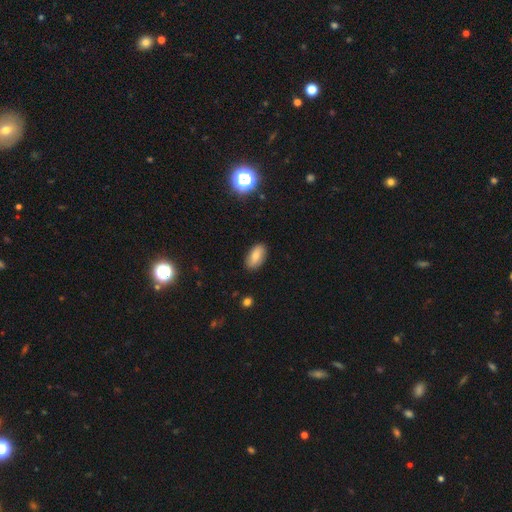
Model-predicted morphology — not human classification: Smooth or featured?
  - smooth: 75% *
  - featured or disk: 16%
  - star or artifact: 9%
How rounded?
  - in between: 92% *
  - round: 4%
  - cigar-shaped: 4%
Merging?
  - none: 86% *
  - minor disturbance: 10%
  - major disturbance: 2%
  - merger: 1%